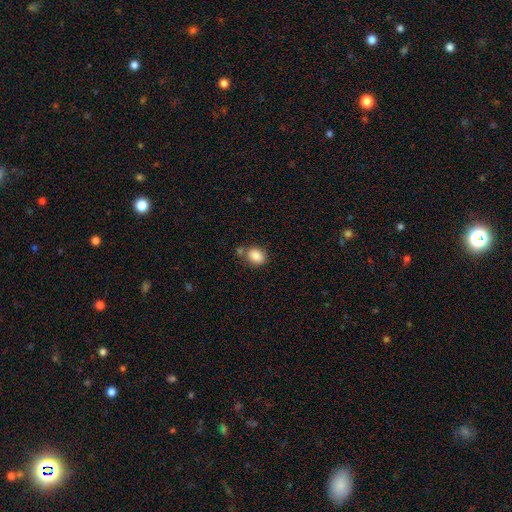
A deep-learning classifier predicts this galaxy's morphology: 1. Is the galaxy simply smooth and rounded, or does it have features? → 87% smooth, 8% star or artifact, 5% featured or disk.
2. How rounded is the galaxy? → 60% in between, 39% round, 1% cigar-shaped.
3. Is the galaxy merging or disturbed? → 62% none, 17% merger, 16% minor disturbance, 5% major disturbance.